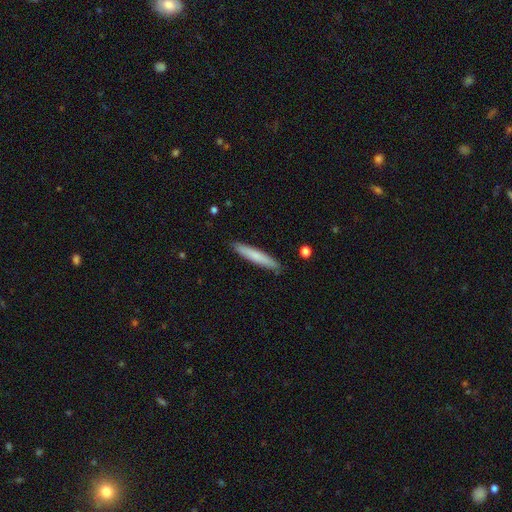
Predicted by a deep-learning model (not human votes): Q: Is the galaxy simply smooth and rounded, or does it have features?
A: smooth — 73%.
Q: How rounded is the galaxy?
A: cigar-shaped — 93%.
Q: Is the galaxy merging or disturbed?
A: none — 89%.